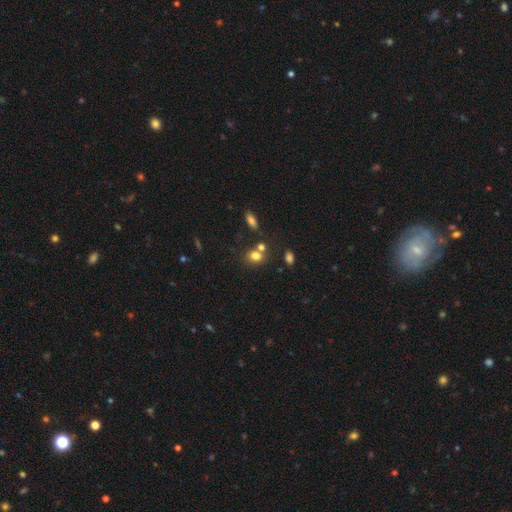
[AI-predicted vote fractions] The model was most divided on "how rounded": round: 51%, in between: 48%, cigar-shaped: 2%. More confident: smooth or featured — smooth (77%); merging — none (55%).